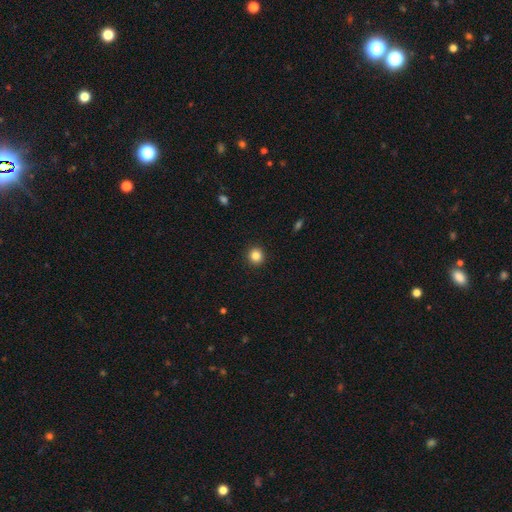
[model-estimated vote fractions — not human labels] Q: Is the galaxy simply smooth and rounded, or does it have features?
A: smooth — 85%.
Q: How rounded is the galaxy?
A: round — 93%.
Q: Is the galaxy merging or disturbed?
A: none — 92%.